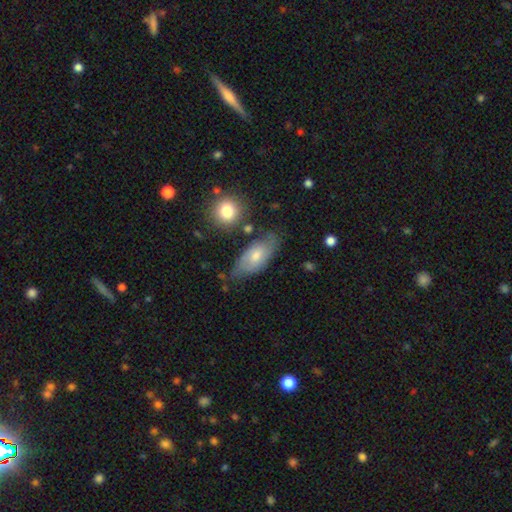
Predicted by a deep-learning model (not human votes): A smooth galaxy with no disk features (51%) that is in between round and cigar-shaped (88%). Merging: none (61%).